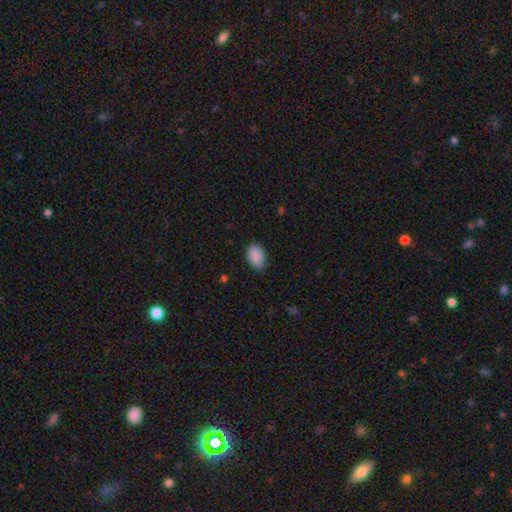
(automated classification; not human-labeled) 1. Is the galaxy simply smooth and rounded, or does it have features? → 90% smooth, 7% star or artifact, 4% featured or disk.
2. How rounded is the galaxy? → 88% in between, 10% round, 1% cigar-shaped.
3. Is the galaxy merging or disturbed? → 84% none, 12% minor disturbance, 3% major disturbance, 1% merger.